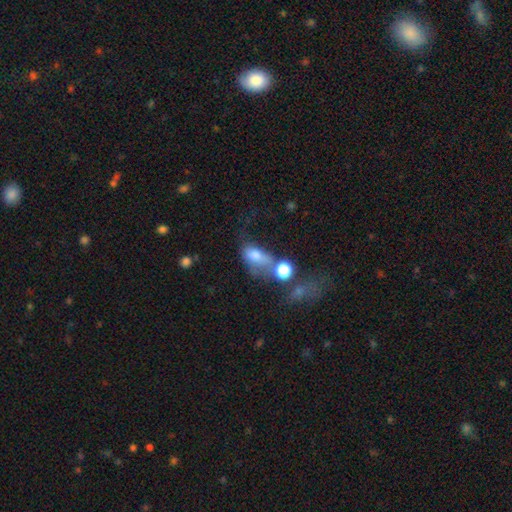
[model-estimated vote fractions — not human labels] A smooth galaxy with no disk features (64%) that is in between round and cigar-shaped (79%). Merging: major disturbance (32%).